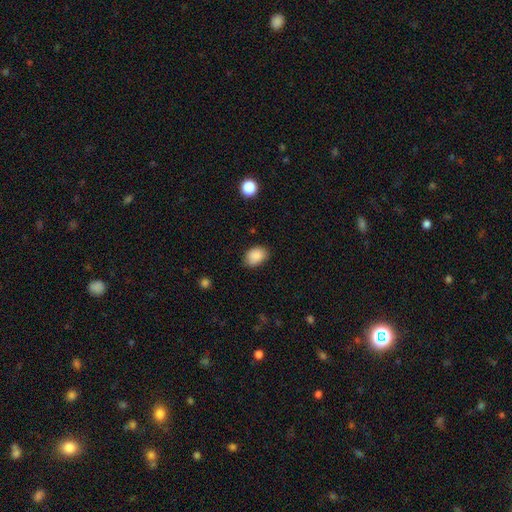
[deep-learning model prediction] smooth_or_featured: smooth (p=0.88) [alt: star or artifact p=0.08]
how_rounded: in between (p=0.81) [alt: round p=0.18]
merging: none (p=0.77) [alt: minor disturbance p=0.19]